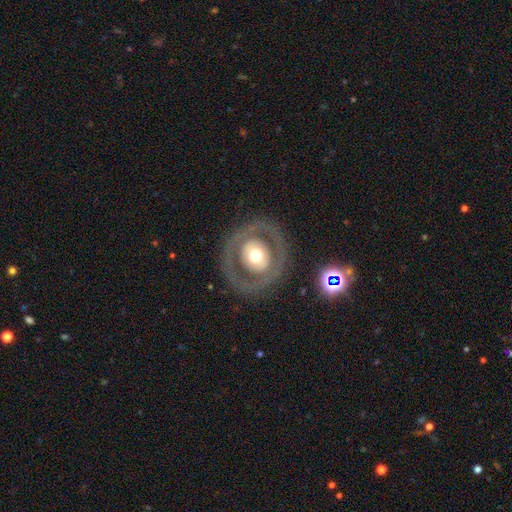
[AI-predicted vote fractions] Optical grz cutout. It shows a featured or disk galaxy (55%) with no bar (83%), no spiral arms (90%) and a moderate central bulge (60%). Merging: none (82%).